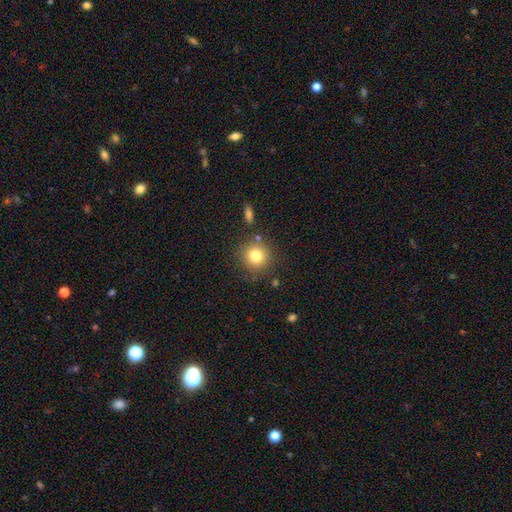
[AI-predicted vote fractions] This appears to be a smooth galaxy with no disk features (80%) that is round (92%). Merging: none (81%).